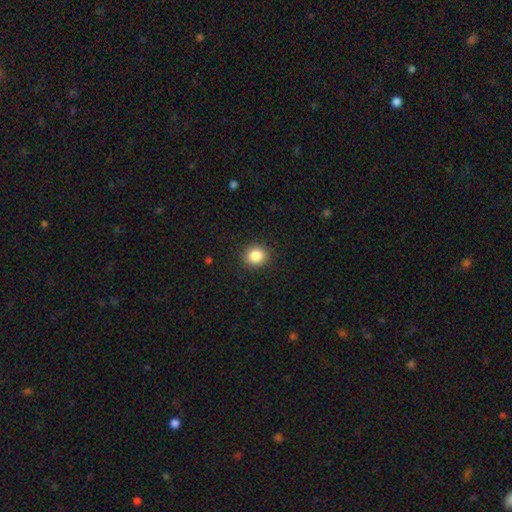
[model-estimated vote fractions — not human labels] Smooth or featured? Predicted: smooth (p=0.86). How rounded? Predicted: round (p=0.83). Merging? Predicted: none (p=0.90).